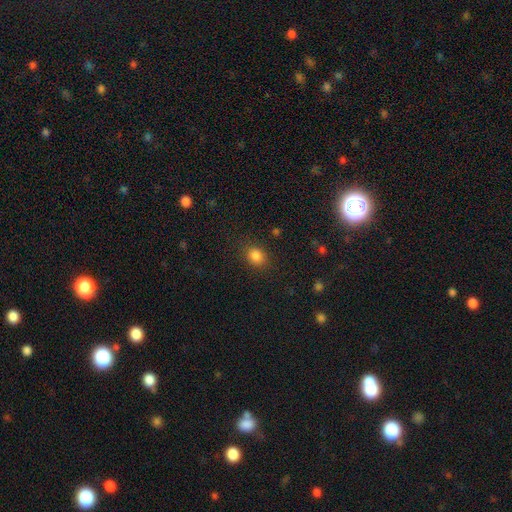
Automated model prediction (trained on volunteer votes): Smooth or featured? smooth (84%)
How rounded? in between (50%)
Merging? none (84%)